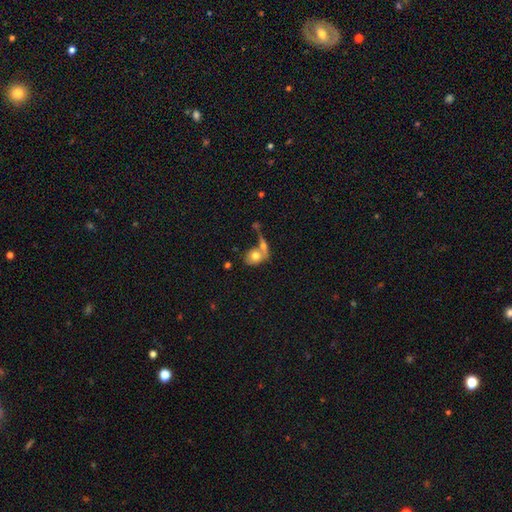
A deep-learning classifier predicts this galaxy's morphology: Smooth or featured? smooth (70%)
How rounded? in between (60%)
Merging? merger (49%)